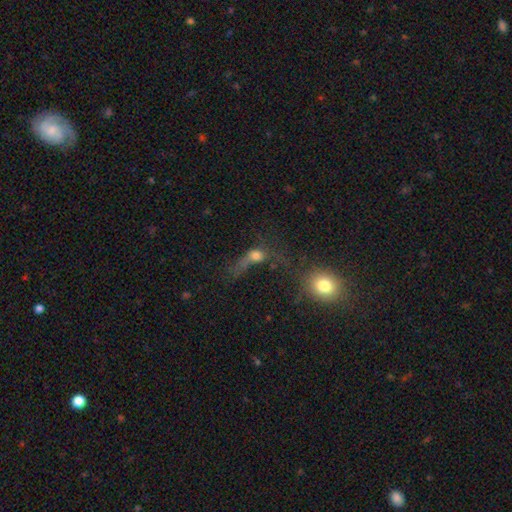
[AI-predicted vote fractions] smooth-or-featured: smooth: 56% | star or artifact: 22% | featured or disk: 21%
  how-rounded: round: 47% | in between: 40% | cigar-shaped: 13%
  merging: major disturbance: 40% | none: 25% | merger: 23% | minor disturbance: 13%